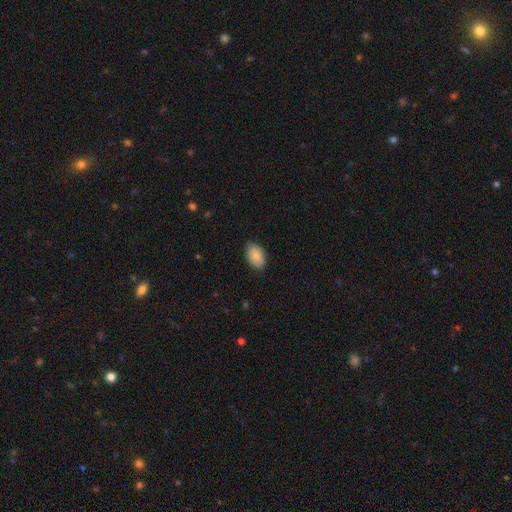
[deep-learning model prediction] This is clearly a smooth galaxy (86%). How rounded: clearly in between (92%). Merging: clearly none (87%).